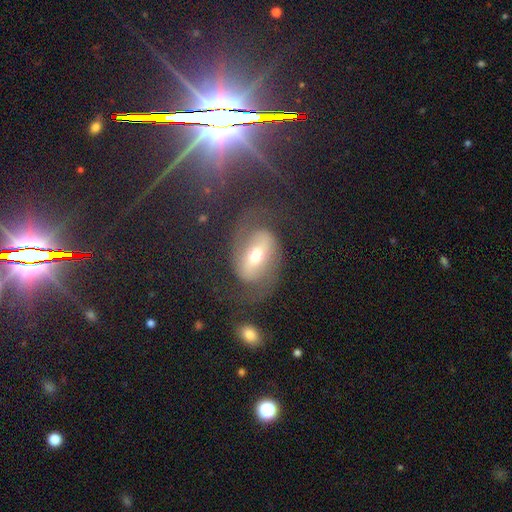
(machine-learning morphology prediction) Smooth or featured? Predicted: featured or disk (p=0.73). Edge-on disk? Predicted: no (p=0.95). Bar? Predicted: strong (p=0.50). Spiral arms? Predicted: yes (p=0.86). Spiral winding? Predicted: medium (p=0.47). Spiral arm count? Predicted: 2 (p=0.88). Bulge size? Predicted: moderate (p=0.67). Merging? Predicted: none (p=0.65).